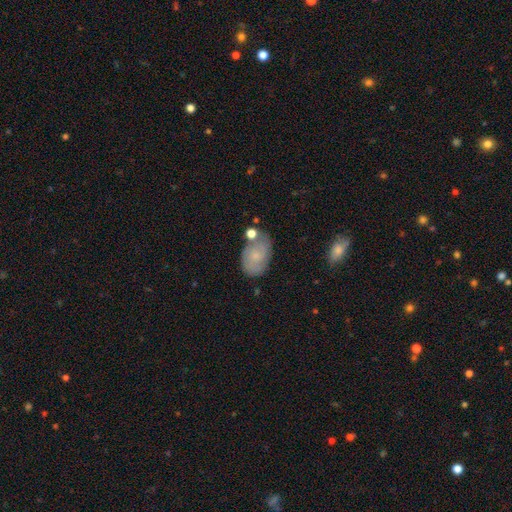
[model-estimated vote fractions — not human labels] smooth_or_featured: smooth (p=0.60) [alt: featured or disk p=0.32]
how_rounded: in between (p=0.84) [alt: round p=0.14]
merging: none (p=0.61) [alt: minor disturbance p=0.22]